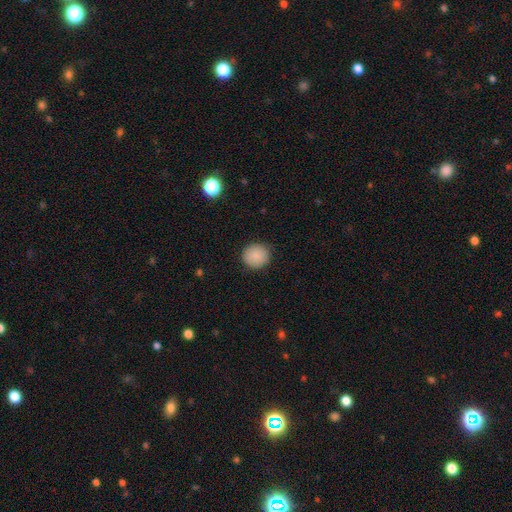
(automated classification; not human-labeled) Smooth or featured?
  - smooth: 89% *
  - star or artifact: 8%
  - featured or disk: 4%
How rounded?
  - round: 92% *
  - in between: 7%
  - cigar-shaped: 1%
Merging?
  - none: 90% *
  - minor disturbance: 7%
  - major disturbance: 2%
  - merger: 1%